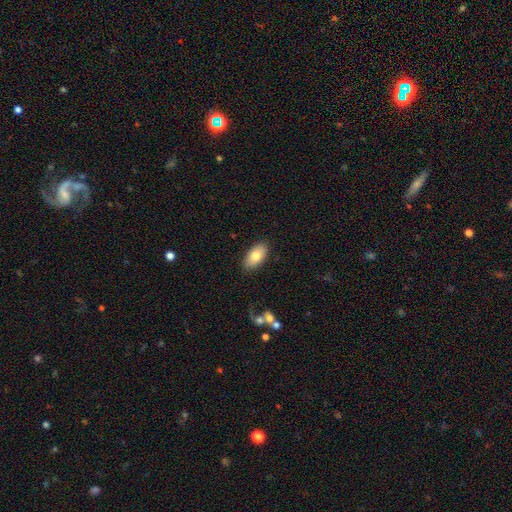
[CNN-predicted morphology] smooth 78%, featured or disk 15%, star or artifact 7%. Down the decision tree: how rounded — in between (93%); merging — none (87%).